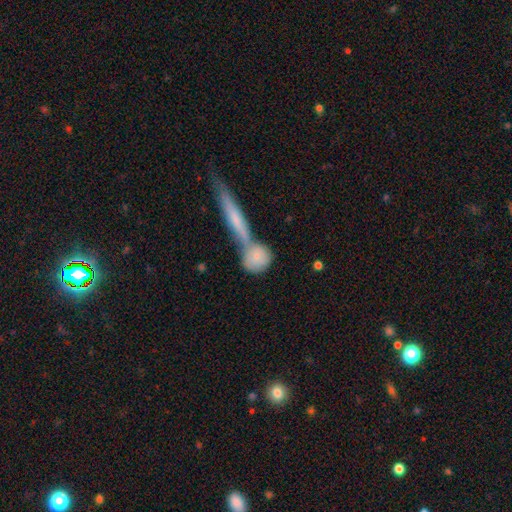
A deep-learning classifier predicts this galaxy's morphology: Overall: smooth (73%). How rounded: round (65%). Merging: none (43%; merger 42%).